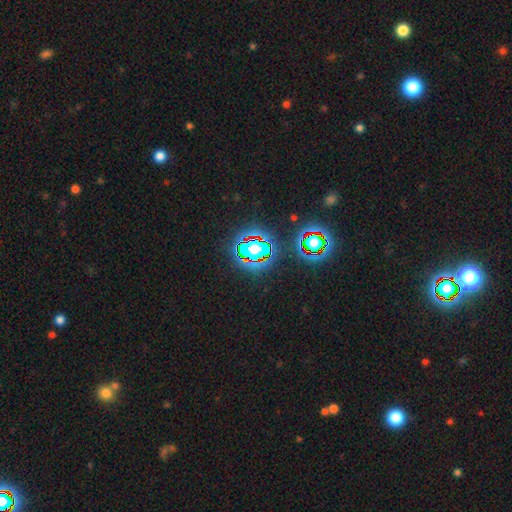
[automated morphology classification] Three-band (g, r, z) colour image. It shows a star or artifact, not a galaxy (81%).